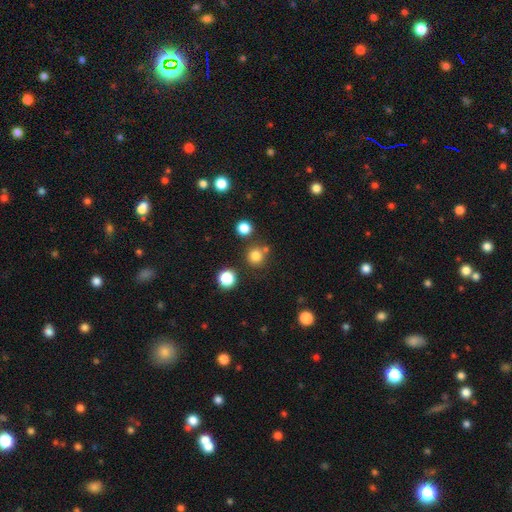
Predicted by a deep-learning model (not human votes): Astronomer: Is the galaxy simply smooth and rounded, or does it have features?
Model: smooth — 79%.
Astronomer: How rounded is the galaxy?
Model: round — 92%.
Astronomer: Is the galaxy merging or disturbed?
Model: none — 76%.